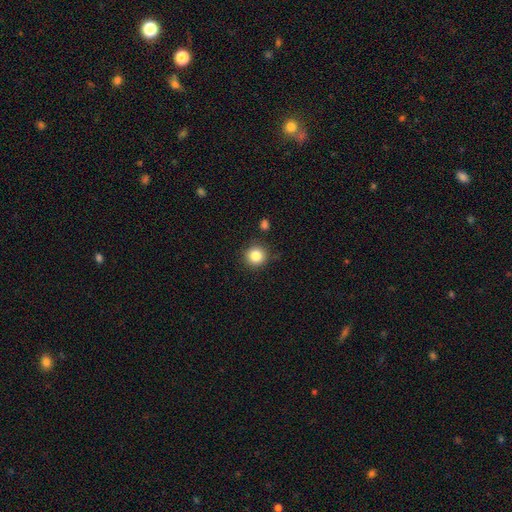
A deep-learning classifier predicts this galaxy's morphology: A smooth galaxy with no disk features (85%) that is round (93%). Merging: none (87%).